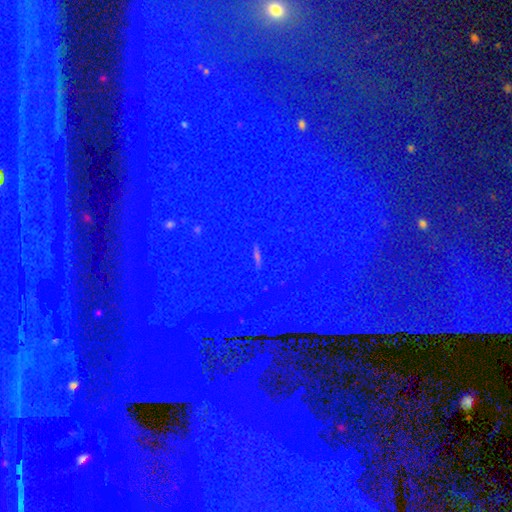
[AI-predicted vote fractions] smooth-or-featured: star or artifact: 85% | featured or disk: 8% | smooth: 7%